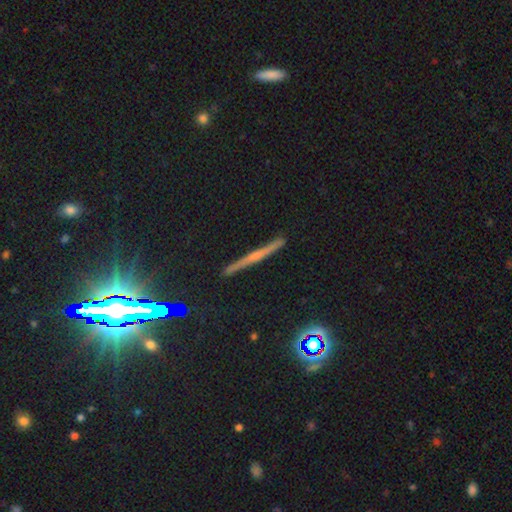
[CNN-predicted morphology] smooth_or_featured: featured or disk (p=0.55) [alt: smooth p=0.24]
disk_edge_on: yes (p=0.96) [alt: no p=0.04]
edge_on_bulge: rounded (p=0.45) [alt: none p=0.44]
merging: none (p=0.89) [alt: minor disturbance p=0.08]